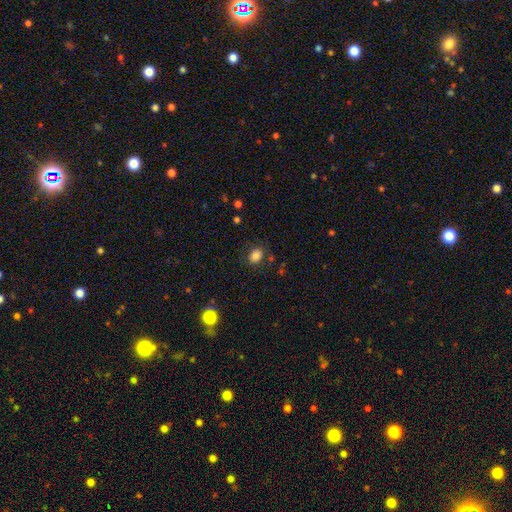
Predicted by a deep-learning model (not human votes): A smooth galaxy with no disk features (83%) that is in between round and cigar-shaped (51%).

Vote fractions:
- Smooth or featured? smooth: 83% / star or artifact: 12% / featured or disk: 5%
- How rounded? in between: 51% / round: 48% / cigar-shaped: 1%
- Merging? none: 82% / minor disturbance: 12% / major disturbance: 4% / merger: 2%